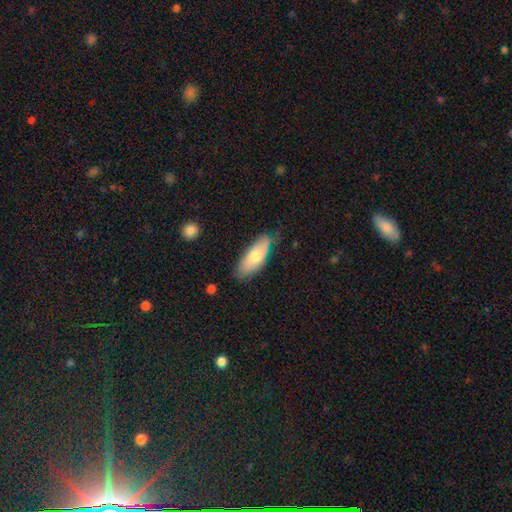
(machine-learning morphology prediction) smooth 72%, featured or disk 23%, star or artifact 6%. Down the decision tree: how rounded — in between (76%); merging — none (68%).